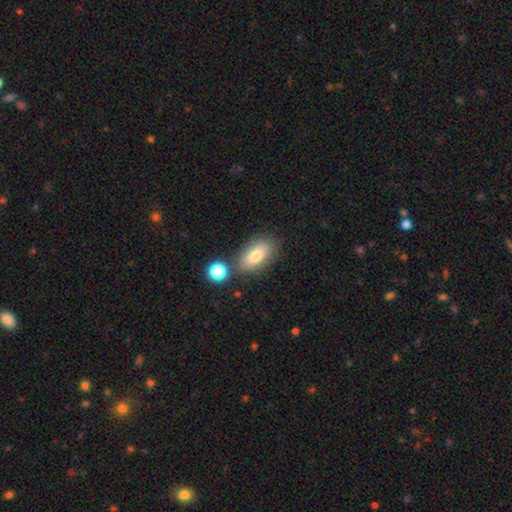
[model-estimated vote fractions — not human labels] The model was most divided on "merging": none: 71%, minor disturbance: 14%, merger: 11%, major disturbance: 4%. More confident: how rounded — in between (84%); smooth or featured — smooth (76%).